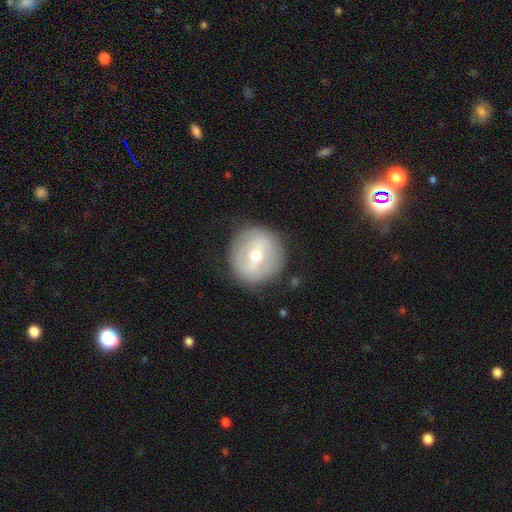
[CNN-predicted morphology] Q: Smooth or featured?
A: featured or disk (50%); runner-up: smooth (42%)
Q: Merging?
A: none (86%); runner-up: minor disturbance (9%)